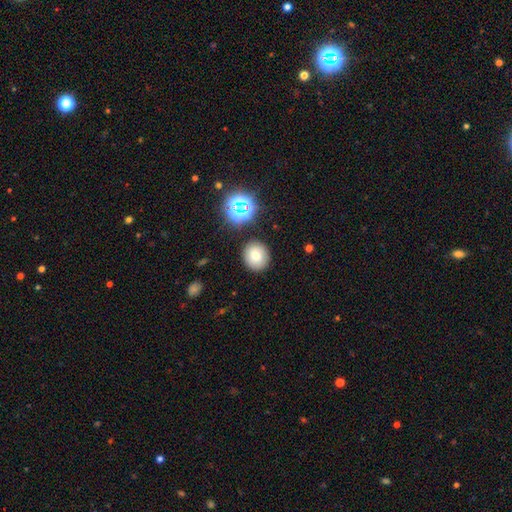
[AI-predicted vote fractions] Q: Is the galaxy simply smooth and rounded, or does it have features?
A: smooth — 72%.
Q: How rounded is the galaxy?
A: round — 82%.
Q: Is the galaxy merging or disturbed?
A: none — 87%.